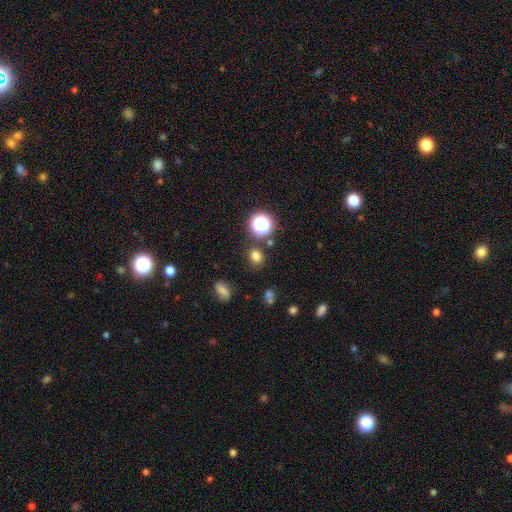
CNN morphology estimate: smooth 74%, star or artifact 20%, featured or disk 6%. Down the decision tree: how rounded — round (75%); merging — none (81%).